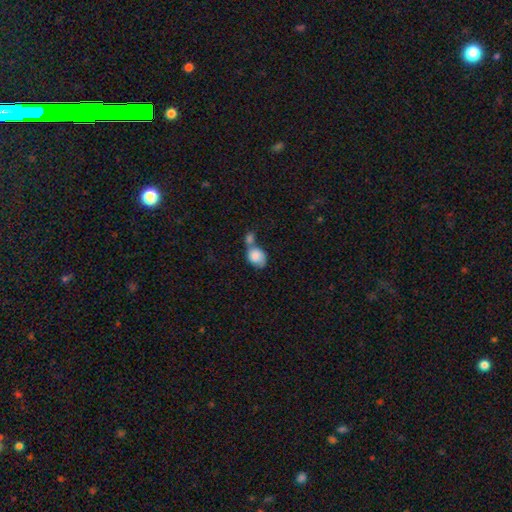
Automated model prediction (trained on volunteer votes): Morphology: type=smooth (82%); roundness=in between (57%); merging=merger (61%).